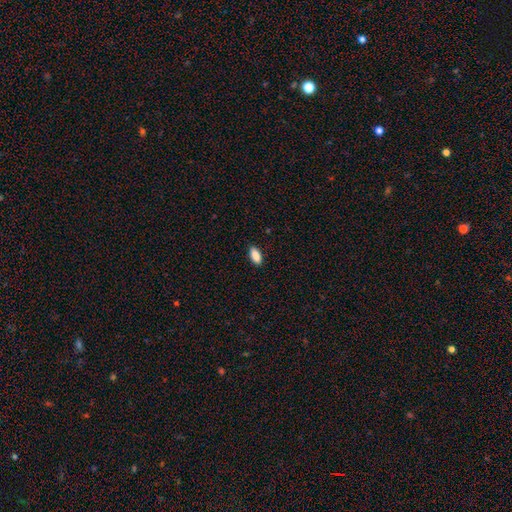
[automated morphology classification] smooth-or-featured: smooth: 89% | star or artifact: 7% | featured or disk: 4%
  how-rounded: in between: 87% | cigar-shaped: 10% | round: 2%
  merging: none: 89% | minor disturbance: 9% | major disturbance: 2% | merger: 1%